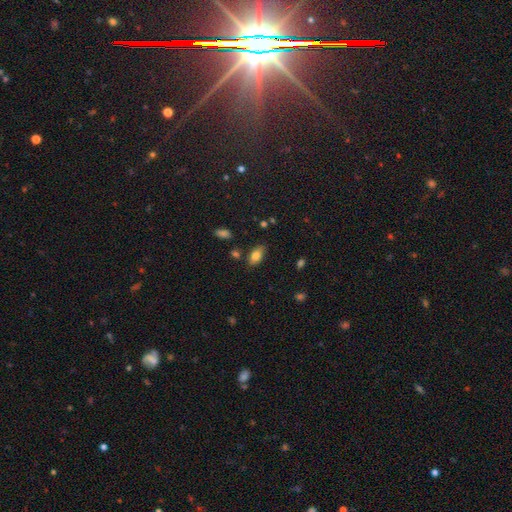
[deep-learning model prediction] The model was most divided on "merging": none: 78%, minor disturbance: 15%, merger: 4%, major disturbance: 3%. More confident: how rounded — in between (91%); smooth or featured — smooth (82%).